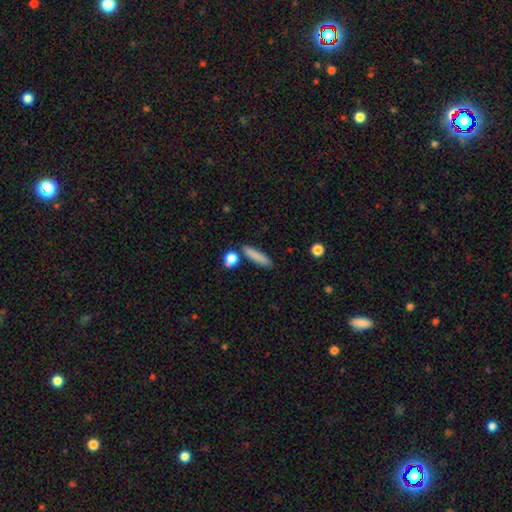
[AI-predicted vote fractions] Overall: smooth (83%). How rounded: cigar-shaped (77%). Merging: none (80%).